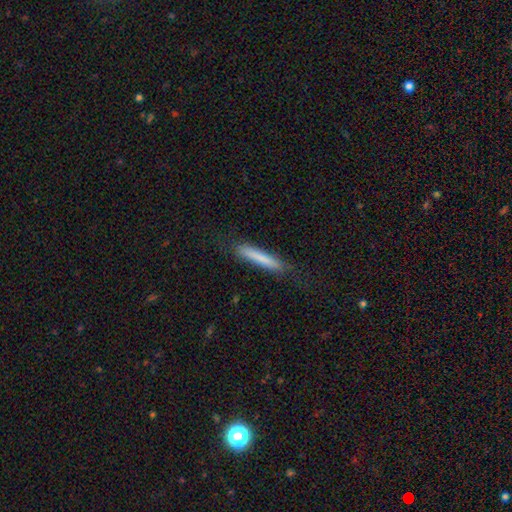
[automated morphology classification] smooth_or_featured: smooth (p=0.74) [alt: featured or disk p=0.19]
how_rounded: cigar-shaped (p=0.95) [alt: in between p=0.04]
merging: none (p=0.80) [alt: minor disturbance p=0.14]